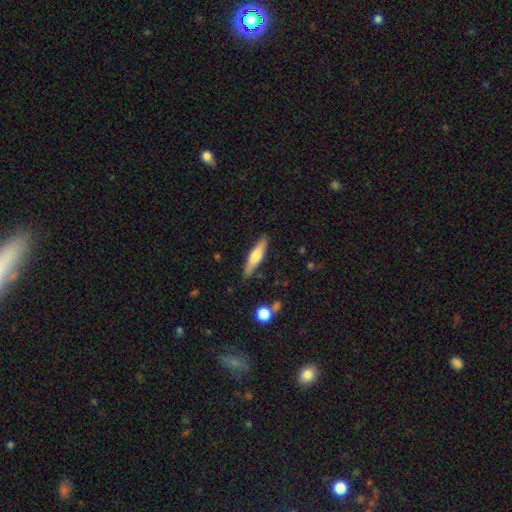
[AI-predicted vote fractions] The model was most divided on "smooth or featured": smooth: 56%, featured or disk: 38%, star or artifact: 6%. More confident: merging — none (85%); how rounded — cigar-shaped (79%).